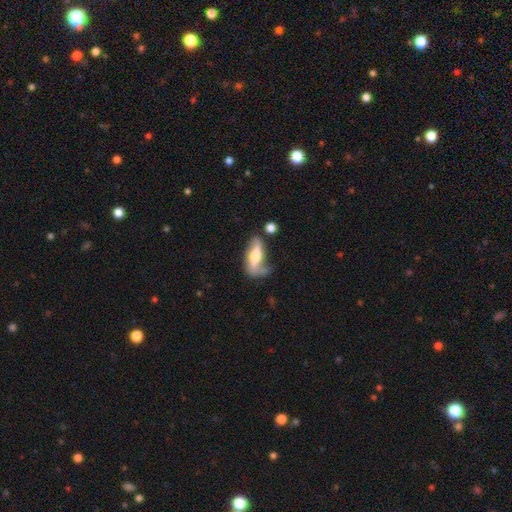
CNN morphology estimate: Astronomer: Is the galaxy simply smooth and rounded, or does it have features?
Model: featured or disk — 62%.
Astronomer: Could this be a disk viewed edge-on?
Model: no — 66%.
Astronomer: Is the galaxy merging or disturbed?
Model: none — 47% (runner-up: minor disturbance, 26%).